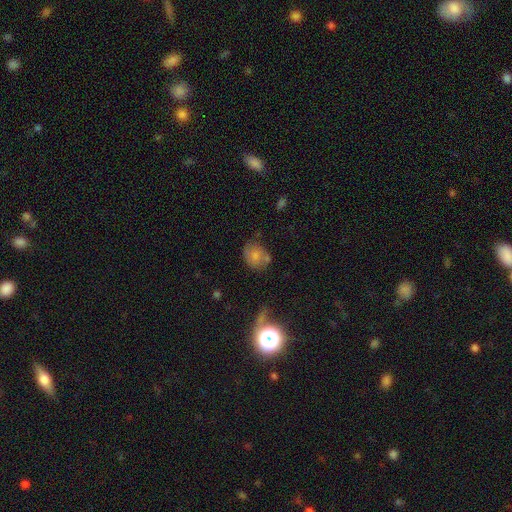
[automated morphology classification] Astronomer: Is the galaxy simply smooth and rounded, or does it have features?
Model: smooth — 65%.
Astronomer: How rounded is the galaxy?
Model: round — 58% (runner-up: in between, 41%).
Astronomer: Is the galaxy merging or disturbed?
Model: none — 54%.